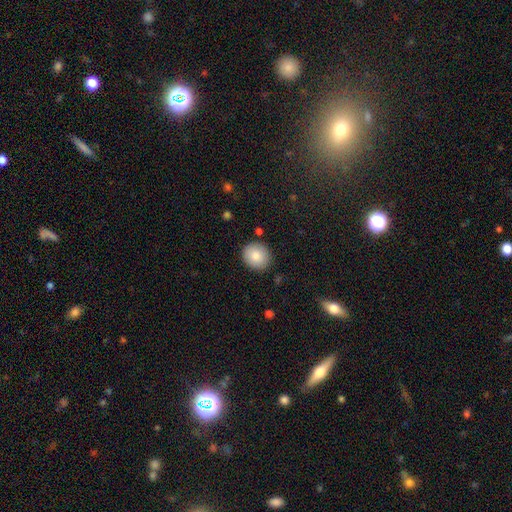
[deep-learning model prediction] A smooth galaxy with no disk features (84%) that is round (80%).

Vote fractions:
- Smooth or featured? smooth: 84% / featured or disk: 8% / star or artifact: 8%
- How rounded? round: 80% / in between: 19% / cigar-shaped: 1%
- Merging? none: 88% / minor disturbance: 8% / major disturbance: 2% / merger: 2%